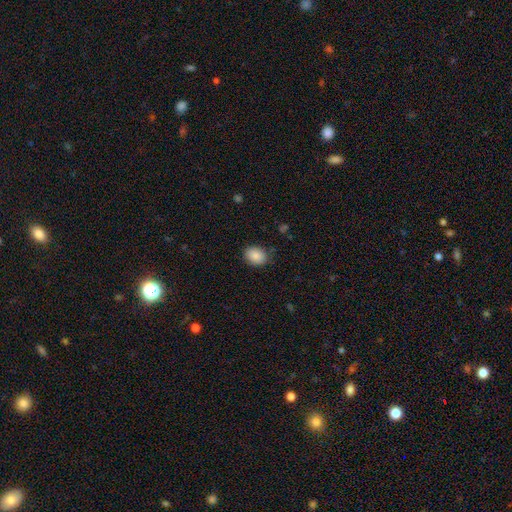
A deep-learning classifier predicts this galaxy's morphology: Smooth or featured? smooth (87%)
How rounded? in between (60%)
Merging? none (85%)